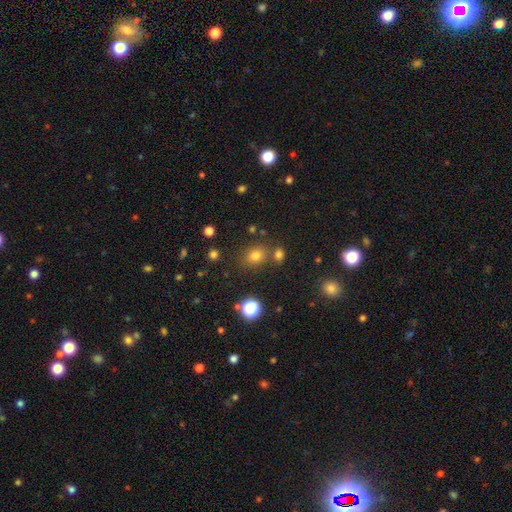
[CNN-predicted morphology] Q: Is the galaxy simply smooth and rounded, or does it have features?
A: smooth — 71%.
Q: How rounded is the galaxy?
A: round — 65%.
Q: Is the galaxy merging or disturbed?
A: none — 76%.